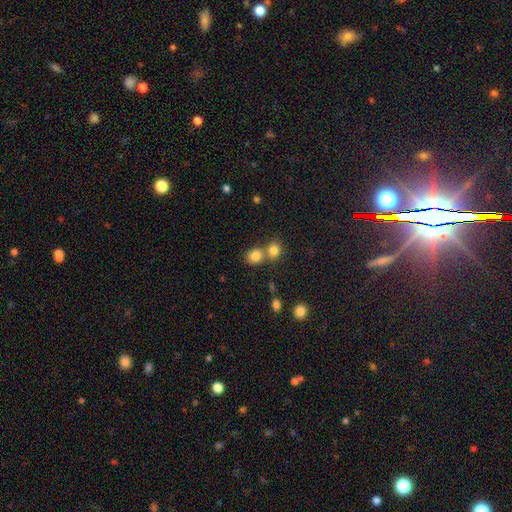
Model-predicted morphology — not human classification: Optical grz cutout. It shows a smooth galaxy with no disk features (82%) that is round (67%). Merging: none (47%).